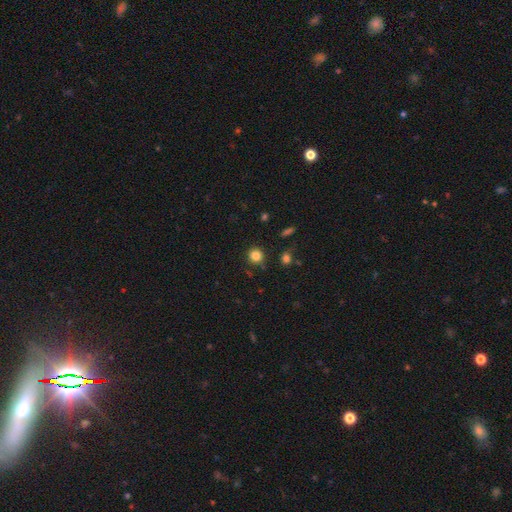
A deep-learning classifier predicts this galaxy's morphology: smooth_or_featured: smooth (p=0.83) [alt: star or artifact p=0.12]
how_rounded: round (p=0.92) [alt: in between p=0.07]
merging: none (p=0.86) [alt: minor disturbance p=0.08]